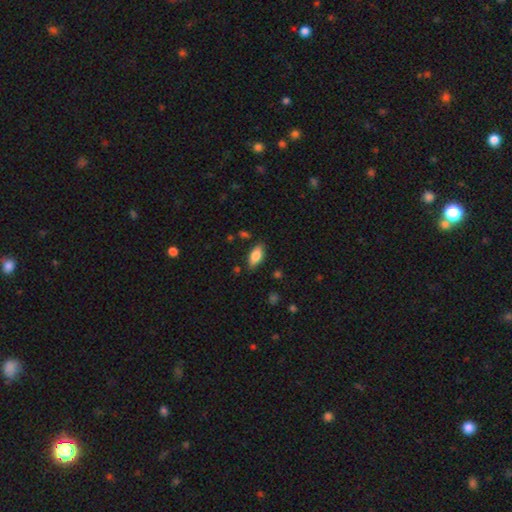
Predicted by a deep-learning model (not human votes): Overall: smooth (78%). How rounded: in between (85%). Merging: none (82%).